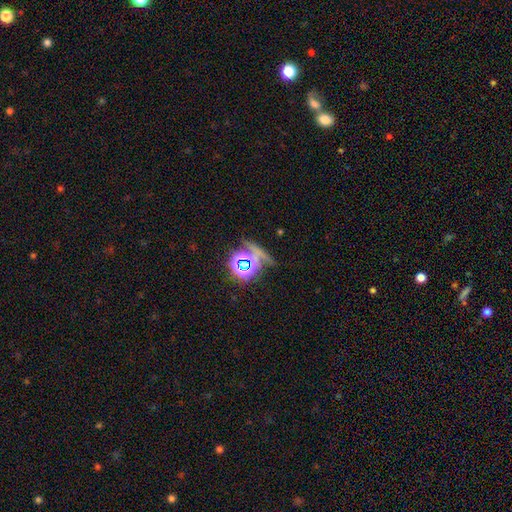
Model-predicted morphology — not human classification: smooth_or_featured: star or artifact (p=0.55) [alt: smooth p=0.29]